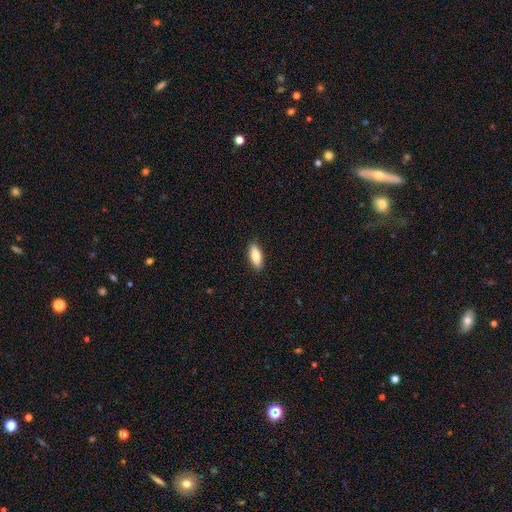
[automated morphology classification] Smooth or featured? Predicted: smooth (p=0.82). How rounded? Predicted: in between (p=0.76). Merging? Predicted: none (p=0.89).